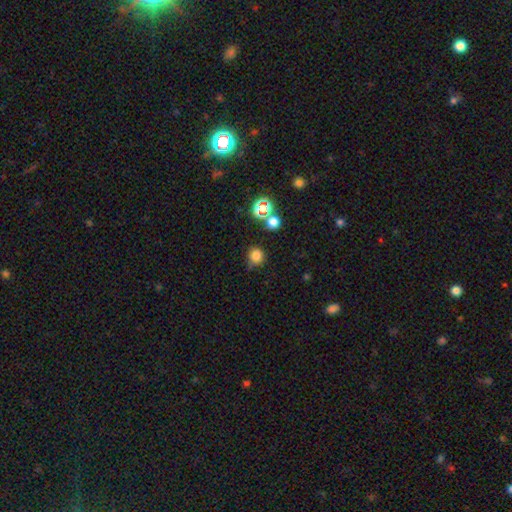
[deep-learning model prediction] The model was most divided on "merging": none: 71%, minor disturbance: 19%, major disturbance: 5%, merger: 5%. More confident: how rounded — round (89%); smooth or featured — smooth (78%).